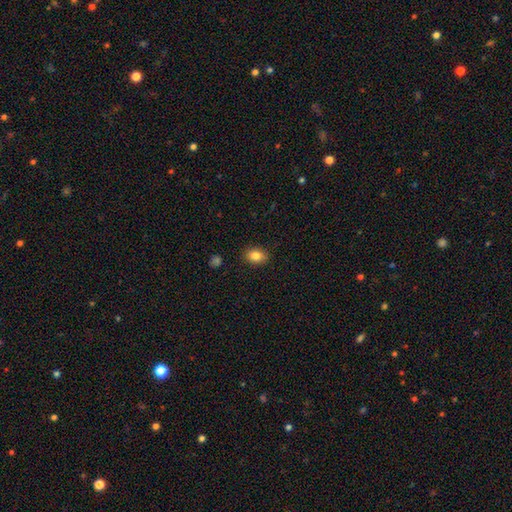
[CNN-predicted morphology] Smooth or featured? smooth (84%)
How rounded? in between (71%)
Merging? none (89%)